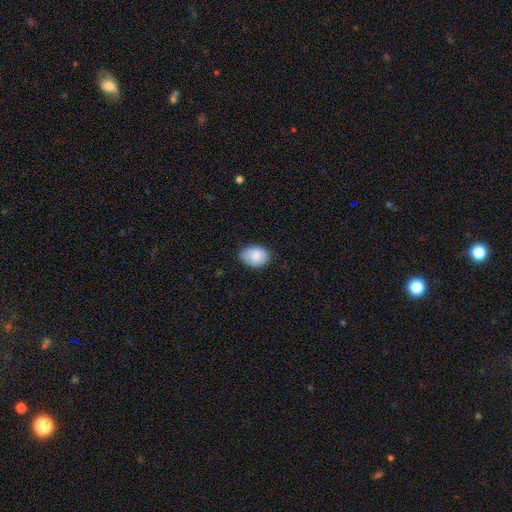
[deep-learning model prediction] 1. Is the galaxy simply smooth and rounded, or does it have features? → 87% smooth, 7% star or artifact, 6% featured or disk.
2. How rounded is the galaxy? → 73% in between, 26% round, 1% cigar-shaped.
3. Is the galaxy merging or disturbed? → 74% none, 22% minor disturbance, 3% major disturbance, 1% merger.